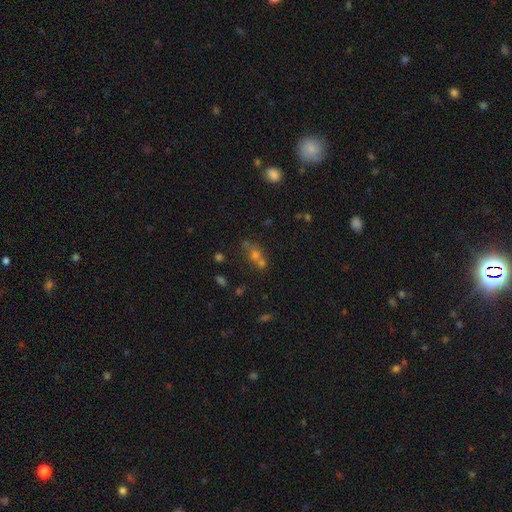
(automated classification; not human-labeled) Q: Smooth or featured?
A: smooth (48%); runner-up: star or artifact (33%)
Q: Merging?
A: merger (43%); runner-up: none (41%)